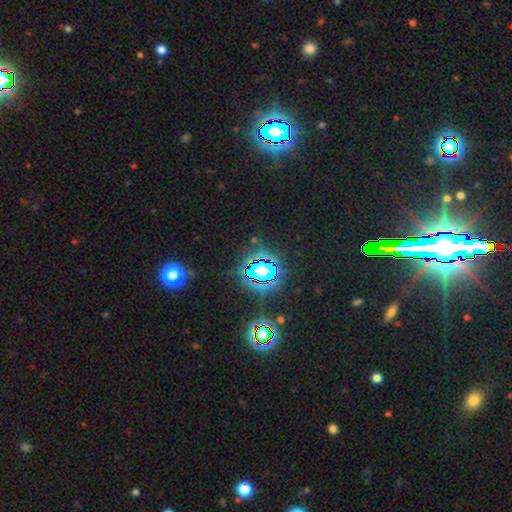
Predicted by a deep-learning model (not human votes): A star or artifact, not a galaxy (83%).

Vote fractions:
- Smooth or featured? star or artifact: 83% / smooth: 9% / featured or disk: 8%